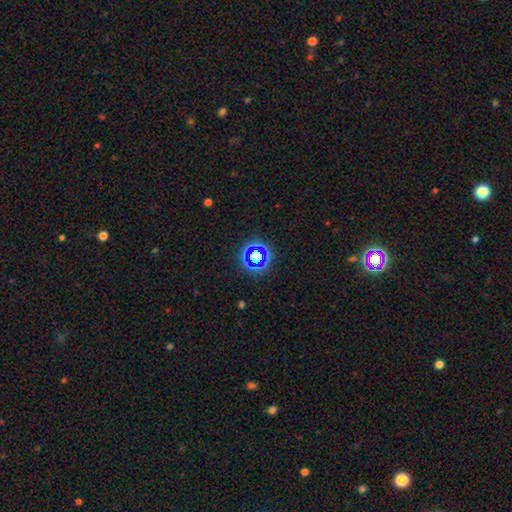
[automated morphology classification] The model was most divided on "smooth or featured": star or artifact: 55%, smooth: 33%, featured or disk: 12%.